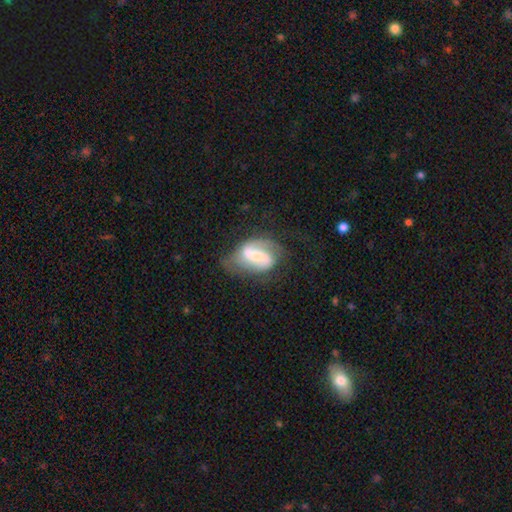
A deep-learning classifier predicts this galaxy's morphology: The model was most divided on "bar": weak: 38%, strong: 36%, no: 26%. Remaining: edge-on disk — no (97%); spiral arms — yes (85%); spiral arm count — 2 (79%); smooth or featured — featured or disk (71%); bulge size — small (46%); spiral winding — medium (44%); merging — none (43%).